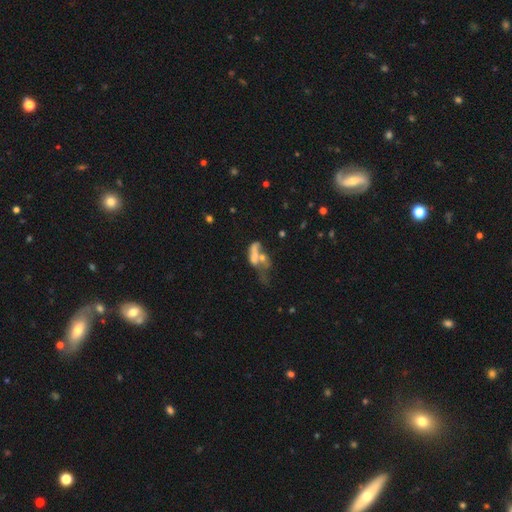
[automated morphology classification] Smooth or featured? smooth (50%)
Merging? merger (48%)